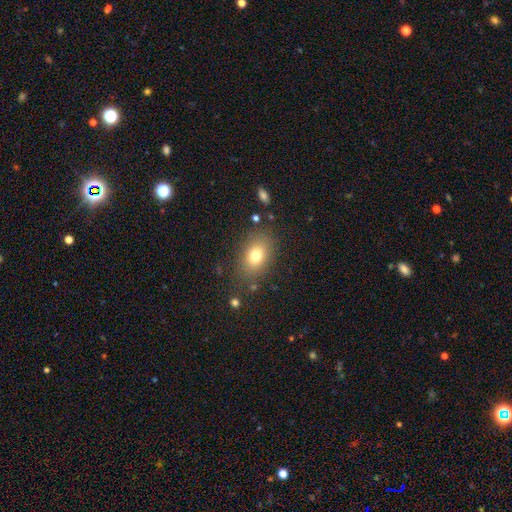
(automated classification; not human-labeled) This is likely a smooth galaxy (75%). How rounded: likely in between (76%). Merging: clearly none (80%).